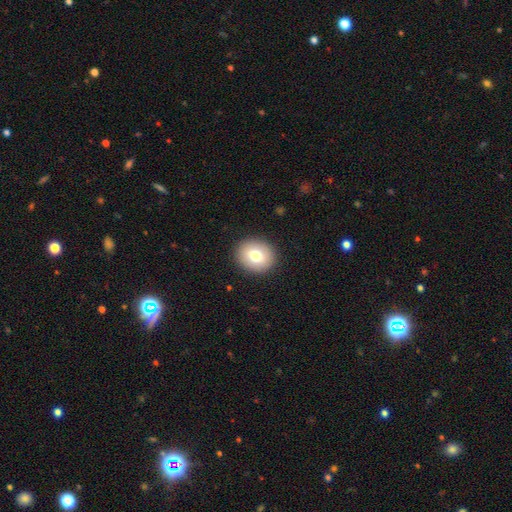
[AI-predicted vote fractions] Overall: smooth (76%). How rounded: round (70%). Merging: none (90%).